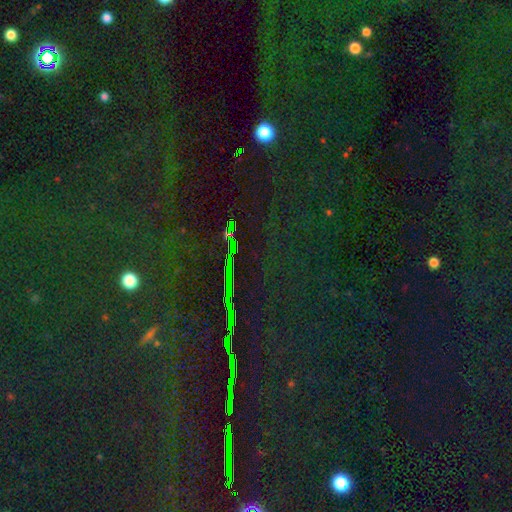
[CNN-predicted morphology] A star or artifact, not a galaxy (84%).

Vote fractions:
- Smooth or featured? star or artifact: 84% / smooth: 9% / featured or disk: 7%